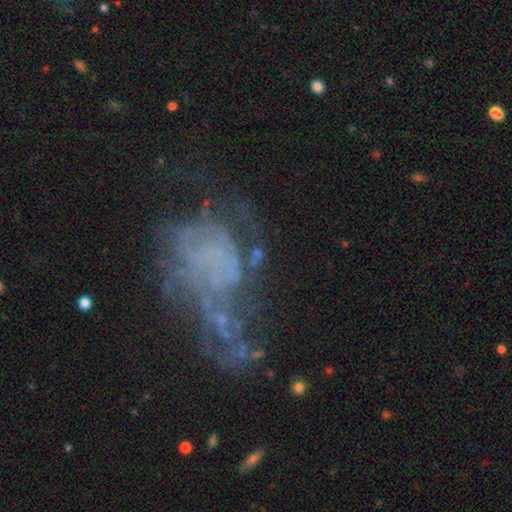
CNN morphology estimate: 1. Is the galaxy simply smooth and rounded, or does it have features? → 64% featured or disk, 18% star or artifact, 18% smooth.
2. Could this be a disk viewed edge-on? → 96% no, 4% yes.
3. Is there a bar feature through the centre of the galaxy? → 66% no, 23% weak, 11% strong.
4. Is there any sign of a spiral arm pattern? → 77% yes, 23% no.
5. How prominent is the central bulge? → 42% small, 34% none, 17% moderate, 4% large, 3% dominant.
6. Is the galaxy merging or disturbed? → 46% none, 24% major disturbance, 19% minor disturbance, 11% merger.